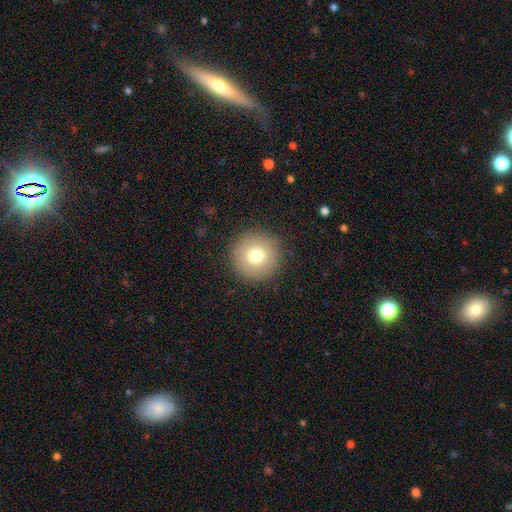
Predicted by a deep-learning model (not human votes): A smooth galaxy with no disk features (75%) that is round (97%). Merging: none (91%).